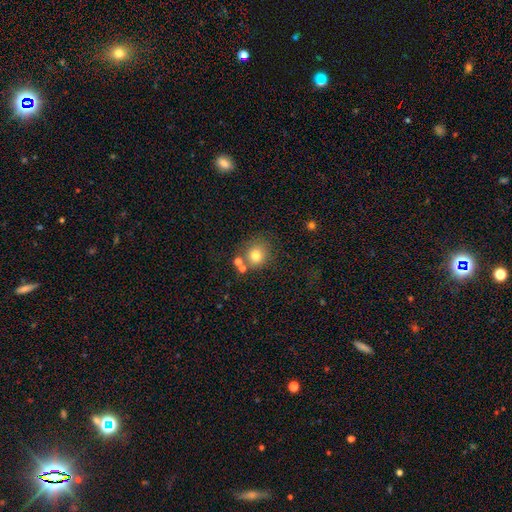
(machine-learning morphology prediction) Smooth or featured?
  - smooth: 77% *
  - star or artifact: 13%
  - featured or disk: 10%
How rounded?
  - round: 84% *
  - in between: 15%
  - cigar-shaped: 1%
Merging?
  - none: 69% *
  - merger: 15%
  - minor disturbance: 11%
  - major disturbance: 4%